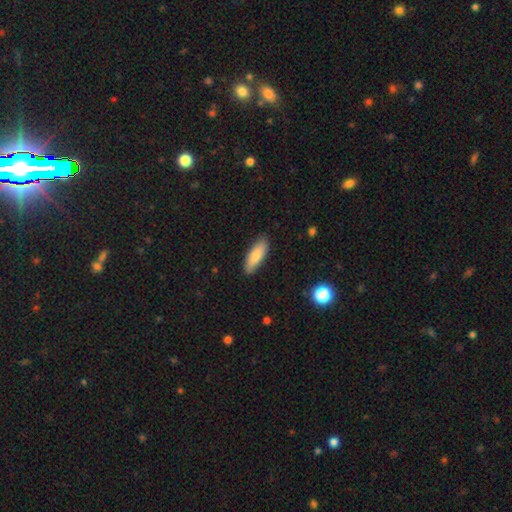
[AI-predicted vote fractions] A smooth galaxy with no disk features (80%) that is in between round and cigar-shaped (57%). Merging: none (87%).